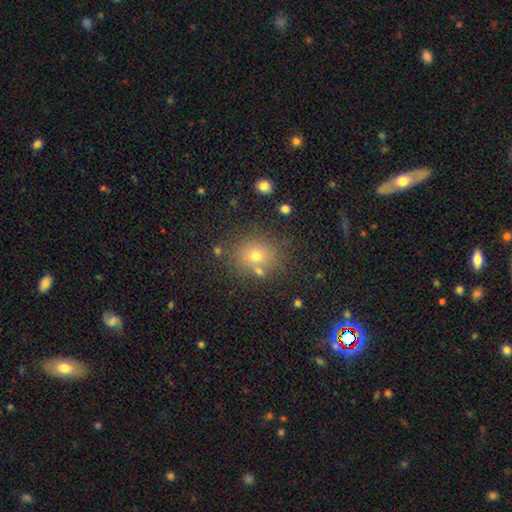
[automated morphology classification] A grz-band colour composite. It shows a smooth galaxy with no disk features (69%) that is round (72%). Merging: none (73%).